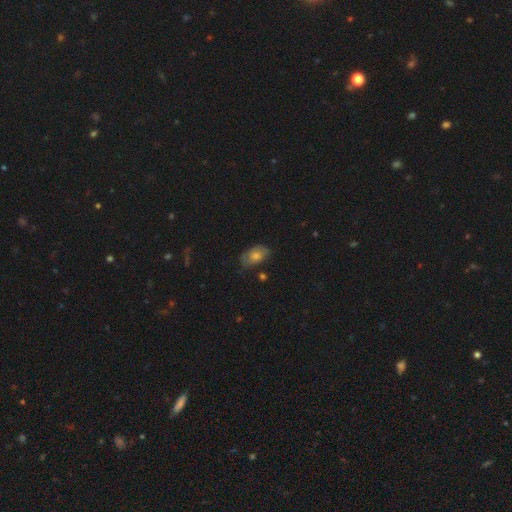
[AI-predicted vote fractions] Smooth or featured? smooth (58%)
How rounded? in between (86%)
Merging? none (69%)